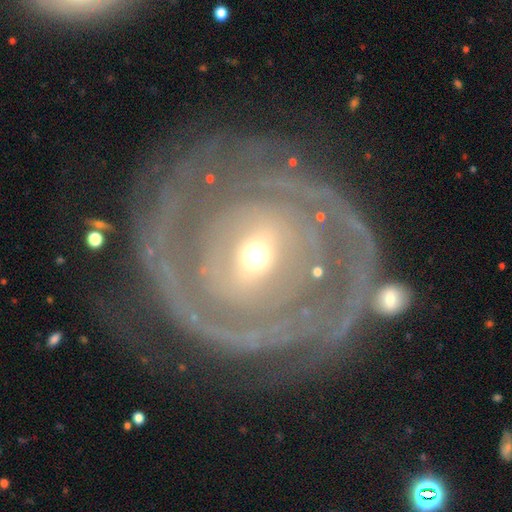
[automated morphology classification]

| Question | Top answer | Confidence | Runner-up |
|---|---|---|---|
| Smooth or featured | featured or disk | 86% | smooth (9%) |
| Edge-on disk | no | 97% | yes (3%) |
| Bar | no | 39% | weak (36%) |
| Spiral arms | yes | 84% | no (16%) |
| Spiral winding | tight | 72% | medium (20%) |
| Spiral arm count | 2 | 38% | can't tell (28%) |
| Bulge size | small | 57% | moderate (38%) |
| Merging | none | 61% | minor disturbance (18%) |